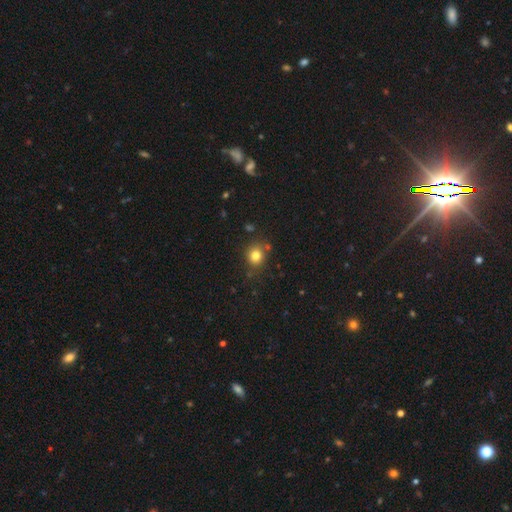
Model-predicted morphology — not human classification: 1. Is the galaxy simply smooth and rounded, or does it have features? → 80% smooth, 13% star or artifact, 7% featured or disk.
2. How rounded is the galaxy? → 79% round, 20% in between, 1% cigar-shaped.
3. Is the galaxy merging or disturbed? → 80% none, 12% minor disturbance, 5% merger, 3% major disturbance.